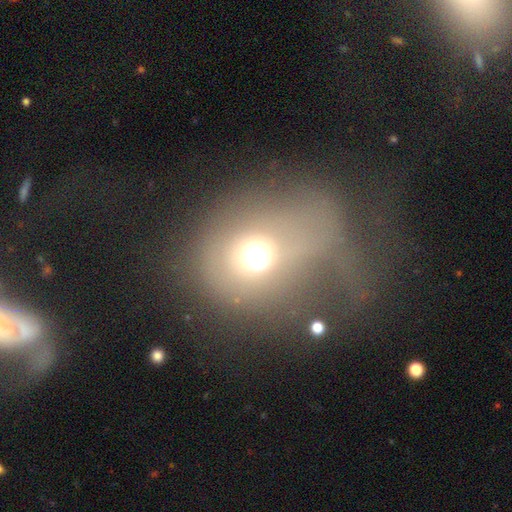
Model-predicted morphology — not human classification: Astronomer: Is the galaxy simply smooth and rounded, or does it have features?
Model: smooth — 57%.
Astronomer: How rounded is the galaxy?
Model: round — 70%.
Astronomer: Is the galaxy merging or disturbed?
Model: none — 43% (runner-up: major disturbance, 24%).